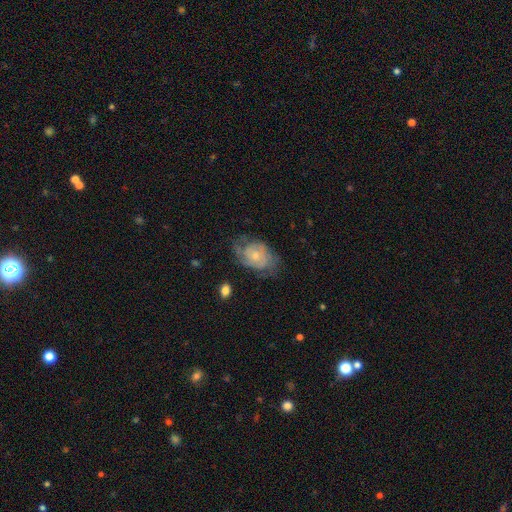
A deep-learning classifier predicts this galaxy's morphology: A featured or disk galaxy (68%) with no bar (77%), 2 (40%) tight (51%) spiral arms (84%) and a small central bulge (58%). Merging: none (55%).